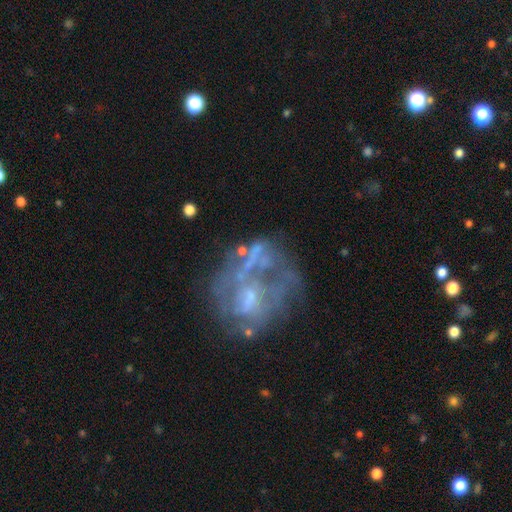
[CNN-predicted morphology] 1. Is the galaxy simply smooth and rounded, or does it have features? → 63% featured or disk, 20% smooth, 17% star or artifact.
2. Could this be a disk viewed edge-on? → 98% no, 2% yes.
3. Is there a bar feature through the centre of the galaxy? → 75% no, 19% weak, 6% strong.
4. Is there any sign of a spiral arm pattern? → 78% no, 22% yes.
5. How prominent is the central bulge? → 48% none, 31% small, 18% moderate, 2% large, 1% dominant.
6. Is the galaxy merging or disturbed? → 36% major disturbance, 31% none, 18% merger, 15% minor disturbance.